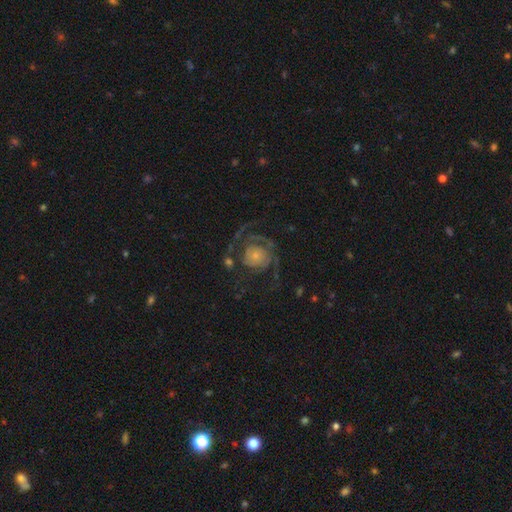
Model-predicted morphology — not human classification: smooth_or_featured: featured or disk (p=0.83) [alt: smooth p=0.11]
disk_edge_on: no (p=0.98) [alt: yes p=0.02]
bar: no (p=0.78) [alt: weak p=0.18]
has_spiral_arms: yes (p=0.94) [alt: no p=0.06]
spiral_winding: medium (p=0.41) [alt: tight p=0.37]
spiral_arm_count: 2 (p=0.45) [alt: 3 p=0.21]
bulge_size: small (p=0.66) [alt: moderate p=0.18]
merging: none (p=0.56) [alt: major disturbance p=0.26]